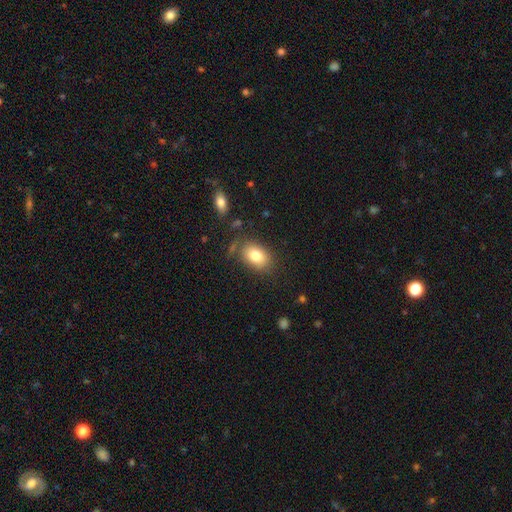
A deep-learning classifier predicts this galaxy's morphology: Smooth or featured? smooth (81%)
How rounded? in between (82%)
Merging? none (76%)